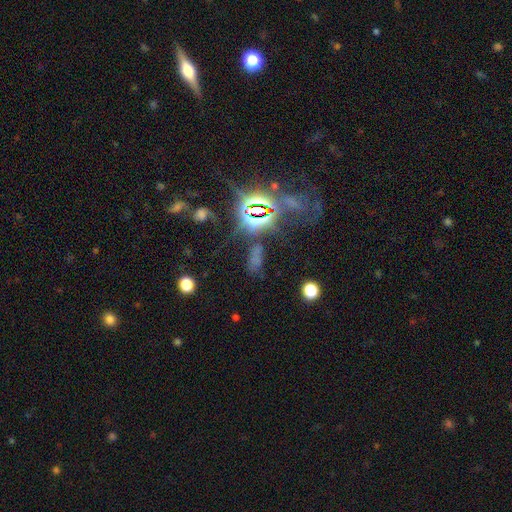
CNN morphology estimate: This appears to be a star or artifact, not a galaxy (54%).